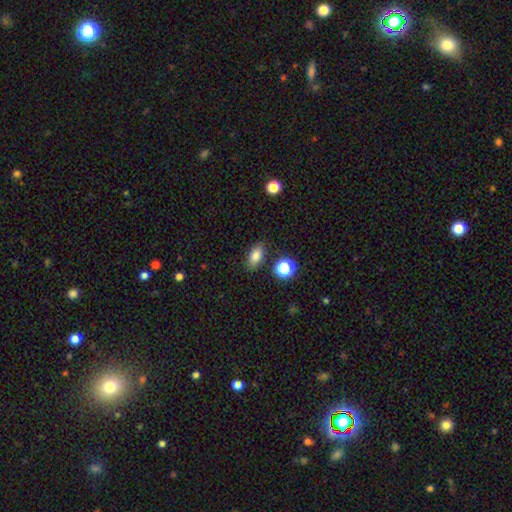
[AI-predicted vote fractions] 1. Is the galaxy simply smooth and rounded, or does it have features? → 81% smooth, 11% star or artifact, 8% featured or disk.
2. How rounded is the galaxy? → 84% in between, 10% round, 6% cigar-shaped.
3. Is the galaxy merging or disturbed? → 85% none, 10% minor disturbance, 3% merger, 3% major disturbance.